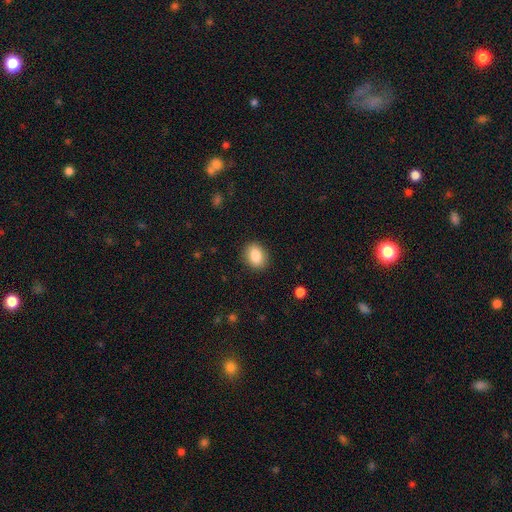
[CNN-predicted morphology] This is clearly a smooth galaxy (85%). How rounded: possibly in between (54%). Merging: clearly none (89%).